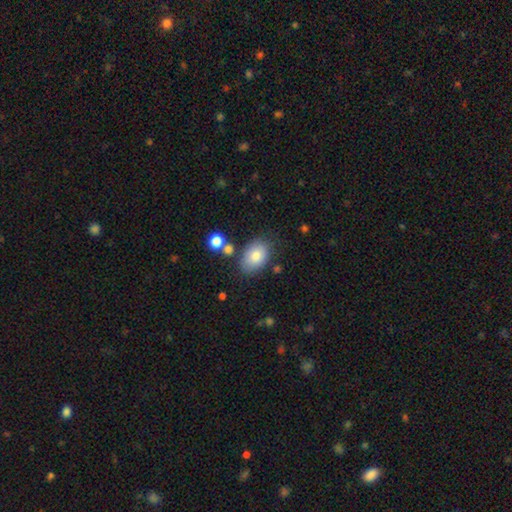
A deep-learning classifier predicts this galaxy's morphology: This is likely a smooth galaxy (80%). How rounded: clearly in between (82%). Merging: likely none (72%).